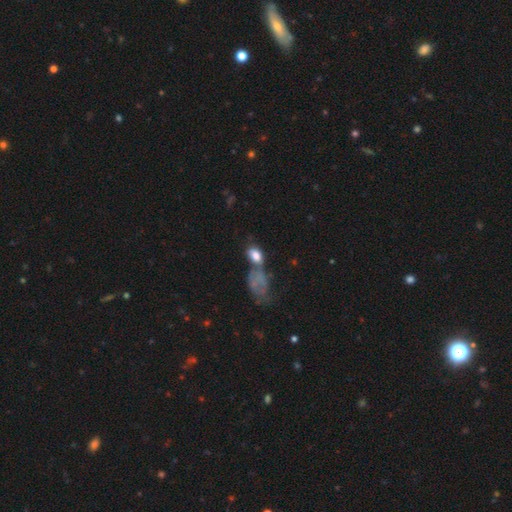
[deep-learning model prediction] smooth_or_featured: smooth (p=0.75) [alt: featured or disk p=0.15]
how_rounded: in between (p=0.86) [alt: round p=0.11]
merging: merger (p=0.41) [alt: none p=0.28]